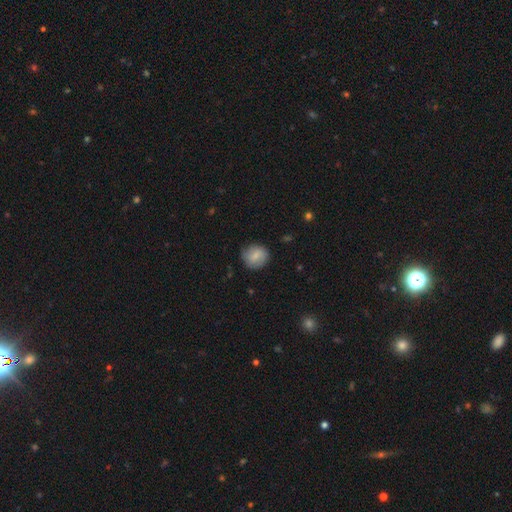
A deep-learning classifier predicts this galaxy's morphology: Smooth or featured? smooth (78%)
How rounded? round (87%)
Merging? none (81%)